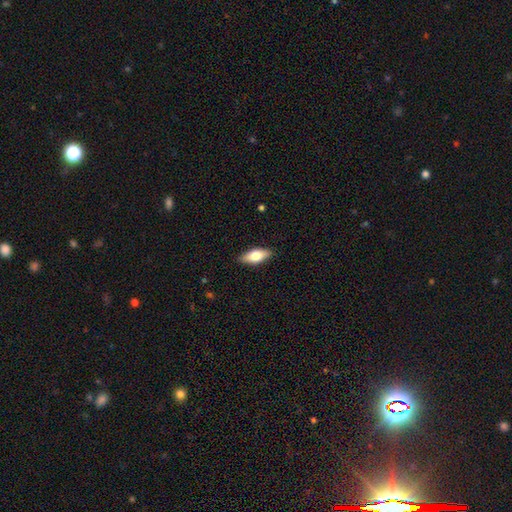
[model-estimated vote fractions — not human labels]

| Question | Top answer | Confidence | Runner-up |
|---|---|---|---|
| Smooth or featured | smooth | 71% | featured or disk (23%) |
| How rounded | in between | 81% | cigar-shaped (16%) |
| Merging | none | 88% | minor disturbance (9%) |